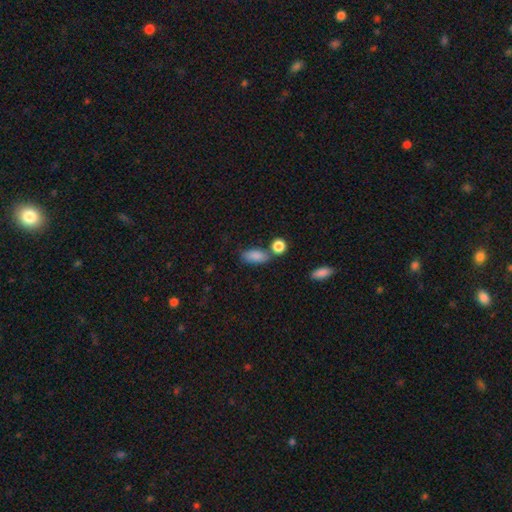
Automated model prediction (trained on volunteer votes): smooth-or-featured: smooth: 86% | star or artifact: 8% | featured or disk: 6%
  how-rounded: in between: 85% | cigar-shaped: 8% | round: 7%
  merging: none: 62% | merger: 18% | minor disturbance: 16% | major disturbance: 5%